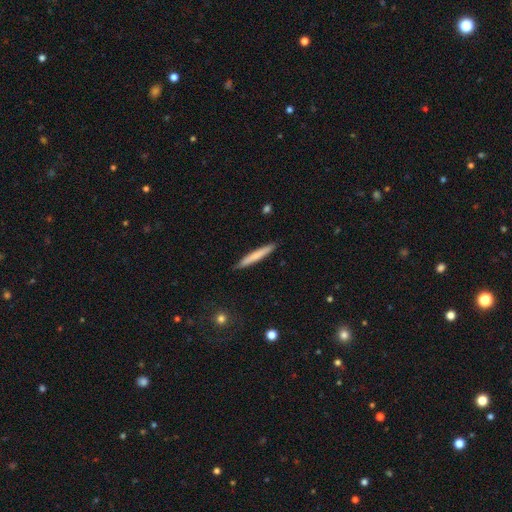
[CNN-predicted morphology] Overall: smooth (70%). How rounded: cigar-shaped (95%). Merging: none (89%).